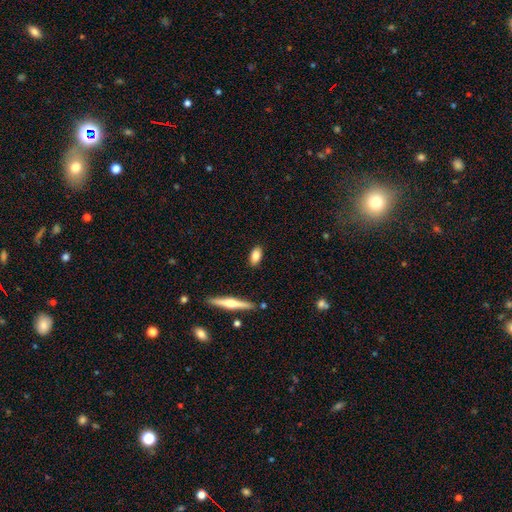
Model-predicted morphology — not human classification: Overall: smooth (79%). How rounded: in between (82%). Merging: none (87%).